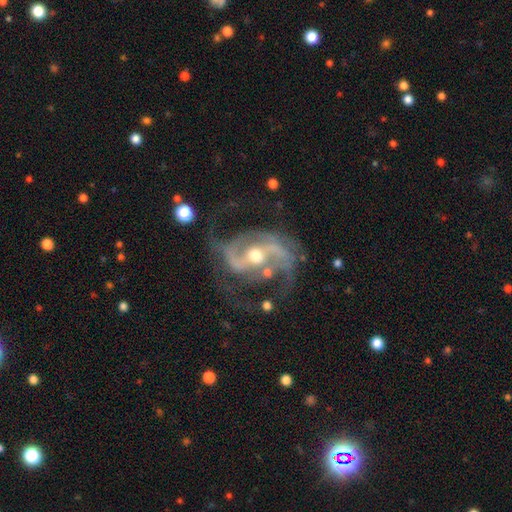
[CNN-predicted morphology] Smooth or featured: featured or disk — 89% (star or artifact — 5%)
Edge-on disk: no — 97% (yes — 3%)
Bar: weak — 37% (strong — 35%)
Spiral arms: yes — 94% (no — 6%)
Spiral winding: medium — 52% (loose — 32%)
Spiral arm count: 2 — 76% (3 — 8%)
Bulge size: moderate — 69% (small — 24%)
Merging: none — 50% (major disturbance — 25%)